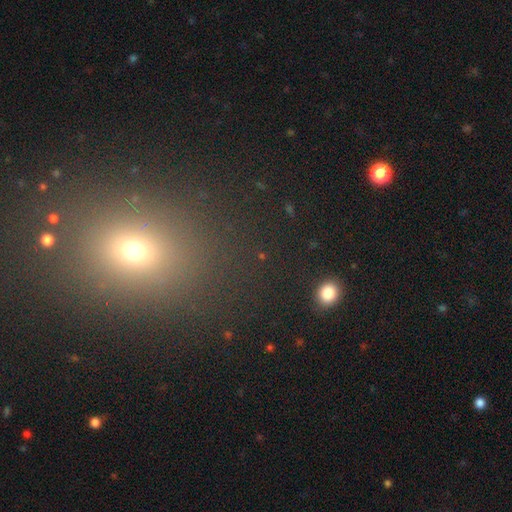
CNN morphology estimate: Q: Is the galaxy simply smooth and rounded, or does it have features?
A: smooth — 53%.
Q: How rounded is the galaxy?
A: round — 51%.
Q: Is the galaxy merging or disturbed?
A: none — 86%.